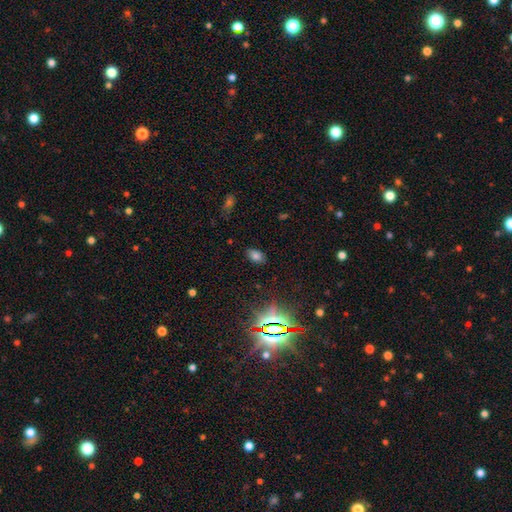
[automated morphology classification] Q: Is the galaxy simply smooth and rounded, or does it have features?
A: smooth — 69%.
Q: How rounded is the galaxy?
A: in between — 88%.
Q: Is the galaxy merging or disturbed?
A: none — 83%.